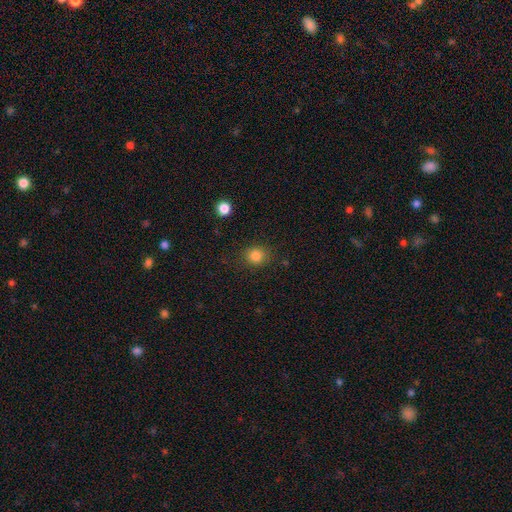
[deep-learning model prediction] A smooth galaxy with no disk features (84%) that is round (81%).

Vote fractions:
- Smooth or featured? smooth: 84% / star or artifact: 12% / featured or disk: 4%
- How rounded? round: 81% / in between: 18% / cigar-shaped: 1%
- Merging? none: 85% / minor disturbance: 10% / major disturbance: 3% / merger: 2%